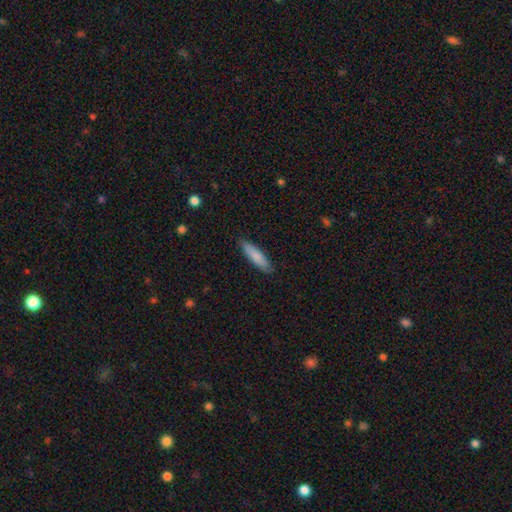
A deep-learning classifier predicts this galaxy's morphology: Smooth or featured? Predicted: smooth (p=0.83). How rounded? Predicted: cigar-shaped (p=0.75). Merging? Predicted: none (p=0.87).